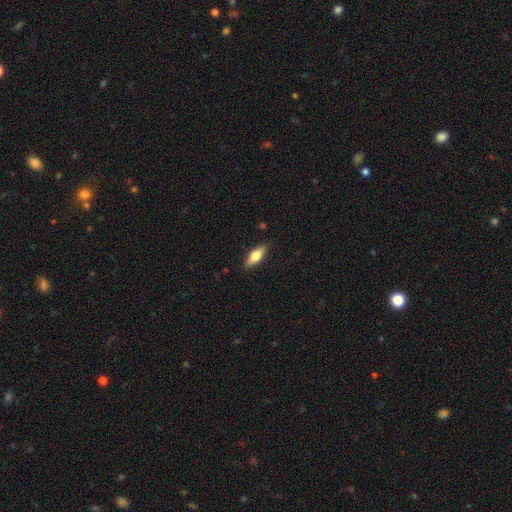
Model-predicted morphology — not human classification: Smooth or featured? Predicted: smooth (p=0.60). How rounded? Predicted: in between (p=0.68). Merging? Predicted: none (p=0.86).